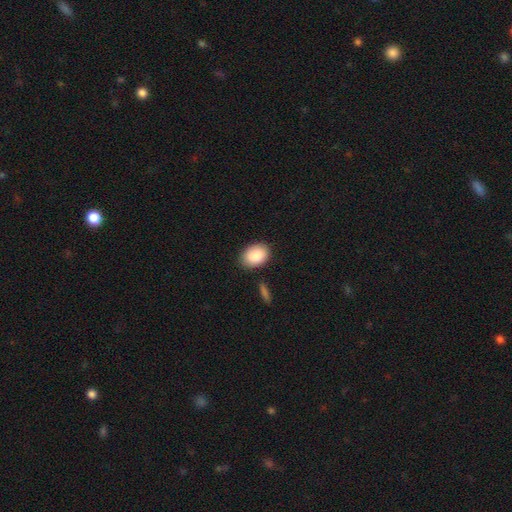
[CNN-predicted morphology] Q: Smooth or featured?
A: smooth (89%); runner-up: star or artifact (6%)
Q: How rounded?
A: in between (80%); runner-up: round (18%)
Q: Merging?
A: none (85%); runner-up: minor disturbance (10%)